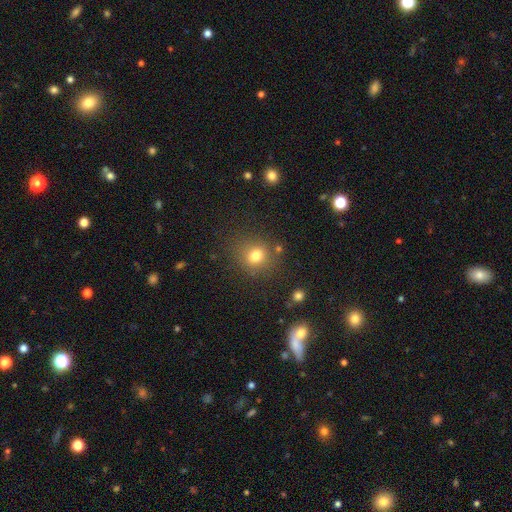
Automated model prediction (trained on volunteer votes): A smooth galaxy with no disk features (77%) that is round (77%). Merging: none (79%).